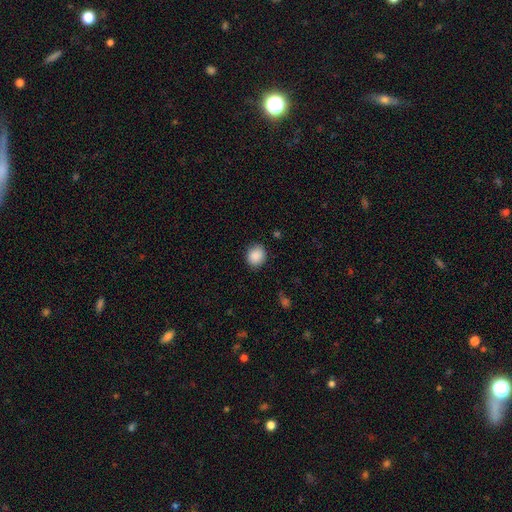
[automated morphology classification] type=smooth (89%); roundness=round (67%); merging=none (87%).